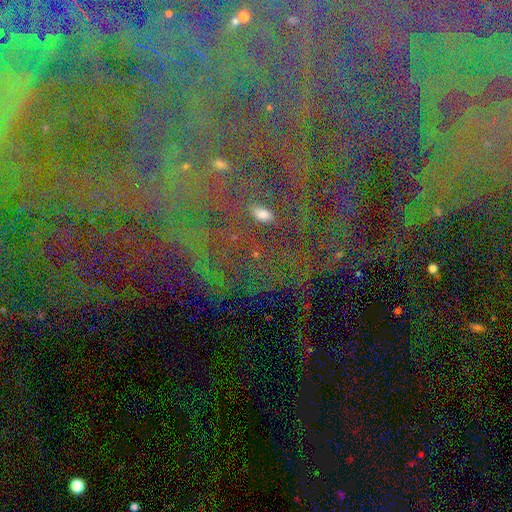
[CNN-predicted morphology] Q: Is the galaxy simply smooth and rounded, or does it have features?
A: star or artifact — 77%.